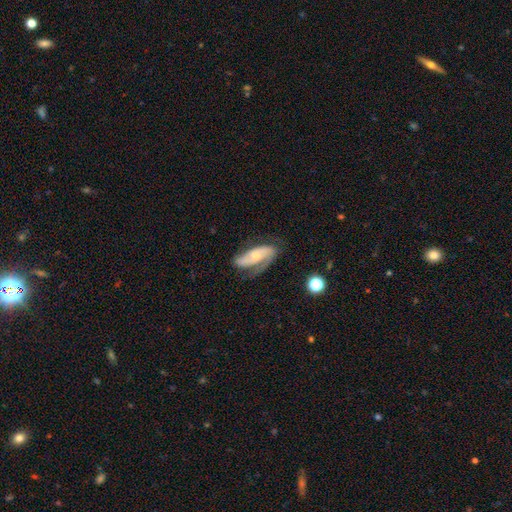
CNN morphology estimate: This appears to be a featured or disk galaxy (67%) with no bar (60%), 2 (68%) medium (41%) spiral arms (89%) and a small central bulge (49%). Merging: none (55%).